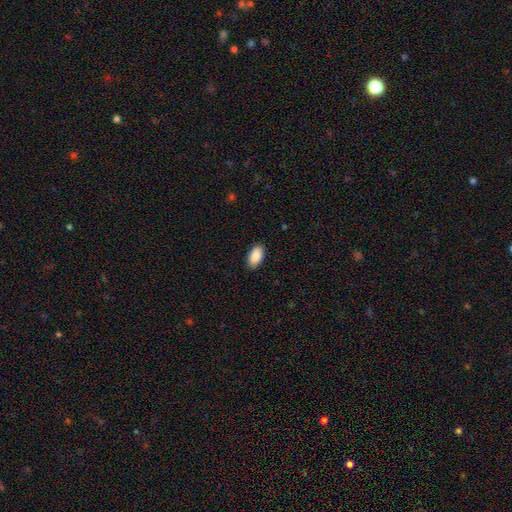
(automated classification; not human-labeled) Q: Smooth or featured?
A: smooth (91%); runner-up: star or artifact (6%)
Q: How rounded?
A: in between (95%); runner-up: round (3%)
Q: Merging?
A: none (88%); runner-up: minor disturbance (9%)